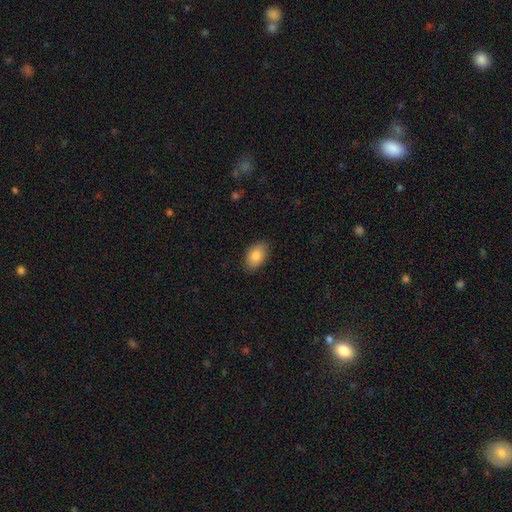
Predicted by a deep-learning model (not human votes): Morphology: type=smooth (84%); roundness=in between (91%); merging=none (86%).